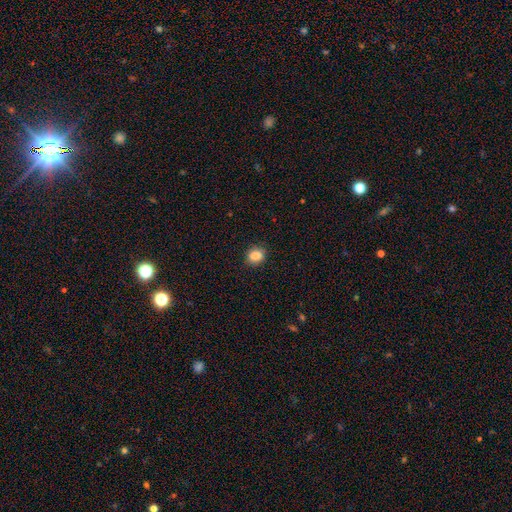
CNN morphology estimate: smooth 85%, star or artifact 10%, featured or disk 5%. Down the decision tree: how rounded — round (49%, tied with in between); merging — none (85%).